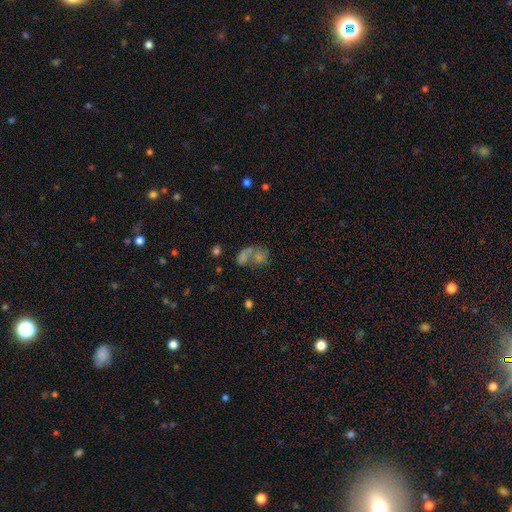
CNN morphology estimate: A smooth galaxy with no disk features (53%) that is in between round and cigar-shaped (59%).

Vote fractions:
- Smooth or featured? smooth: 53% / featured or disk: 28% / star or artifact: 20%
- How rounded? in between: 59% / round: 39% / cigar-shaped: 3%
- Merging? merger: 56% / none: 25% / major disturbance: 10% / minor disturbance: 9%